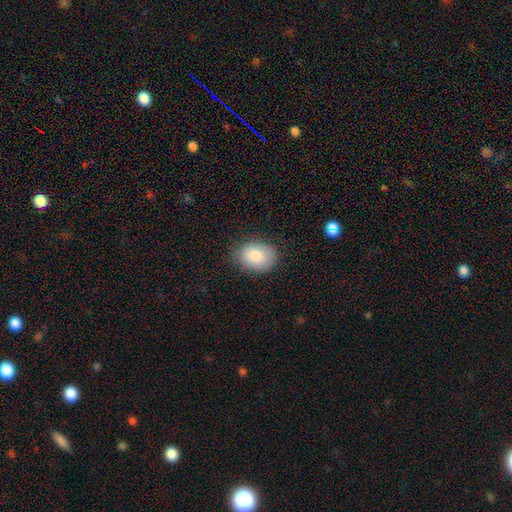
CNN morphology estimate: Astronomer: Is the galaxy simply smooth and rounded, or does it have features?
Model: smooth — 83%.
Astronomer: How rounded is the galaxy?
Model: in between — 60% (runner-up: round, 39%).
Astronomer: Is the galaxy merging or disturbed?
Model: none — 80%.